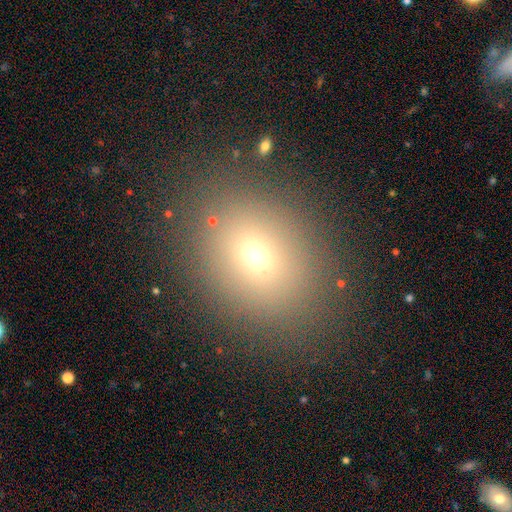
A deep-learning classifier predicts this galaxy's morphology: A smooth galaxy with no disk features (65%) that is in between round and cigar-shaped (53%). Merging: none (85%).